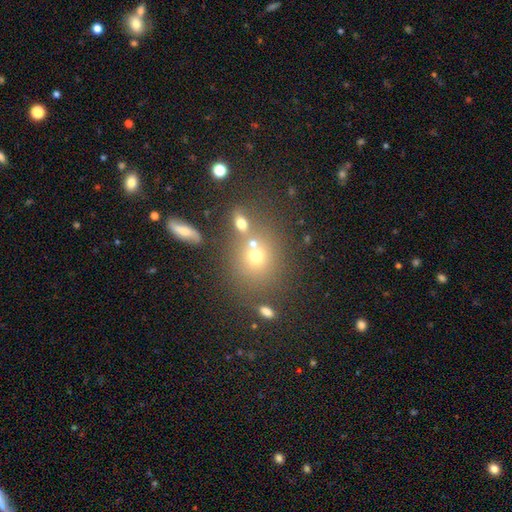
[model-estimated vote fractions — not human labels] Overall: smooth (63%). How rounded: round (78%). Merging: none (56%; merger 27%).